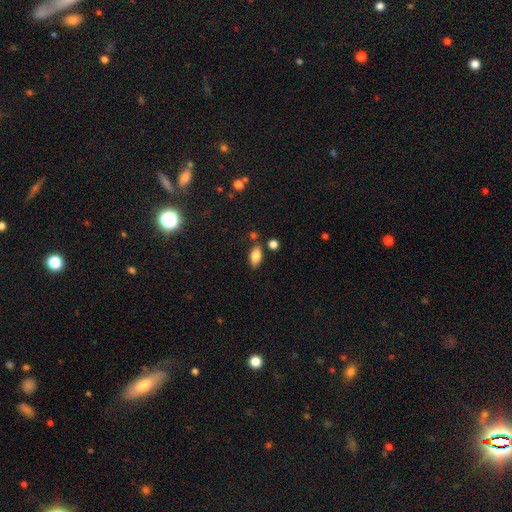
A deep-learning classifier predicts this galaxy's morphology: Smooth or featured: smooth — 81% (featured or disk — 11%)
How rounded: in between — 90% (cigar-shaped — 5%)
Merging: none — 77% (minor disturbance — 13%)